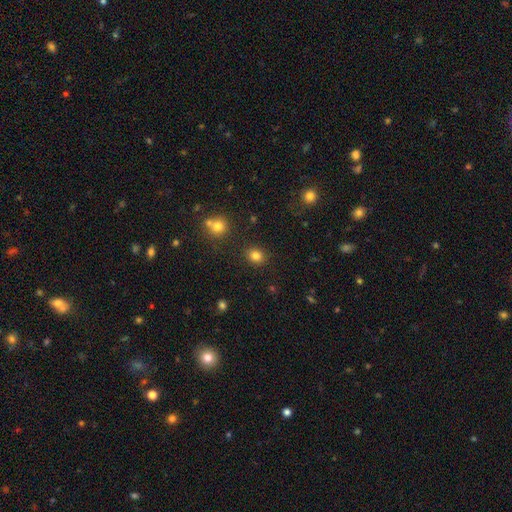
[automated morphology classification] Smooth or featured?
  - smooth: 82% *
  - star or artifact: 12%
  - featured or disk: 6%
How rounded?
  - round: 66% *
  - in between: 33%
  - cigar-shaped: 1%
Merging?
  - none: 87% *
  - minor disturbance: 8%
  - merger: 3%
  - major disturbance: 3%